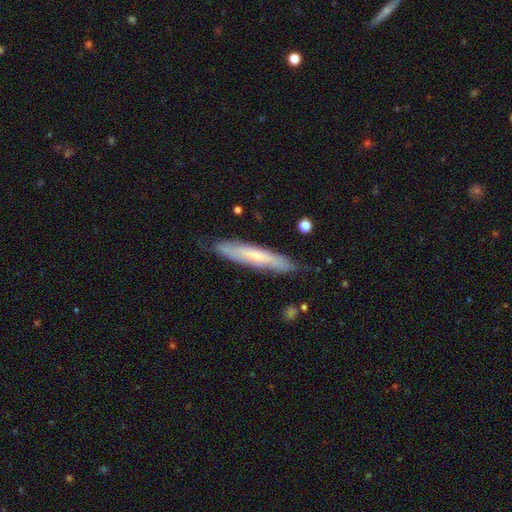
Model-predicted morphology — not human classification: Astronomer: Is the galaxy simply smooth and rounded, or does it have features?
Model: featured or disk — 55% (runner-up: smooth, 38%).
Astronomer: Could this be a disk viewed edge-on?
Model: yes — 58% (runner-up: no, 42%).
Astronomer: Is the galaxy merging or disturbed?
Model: none — 78%.